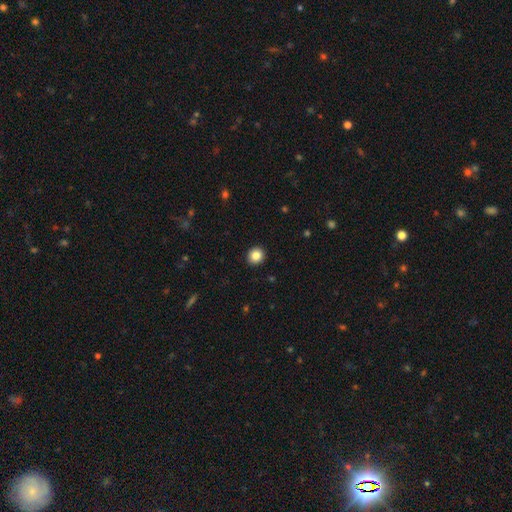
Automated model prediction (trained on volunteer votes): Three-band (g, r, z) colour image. It shows a smooth galaxy with no disk features (85%) that is round (85%). Merging: none (93%).